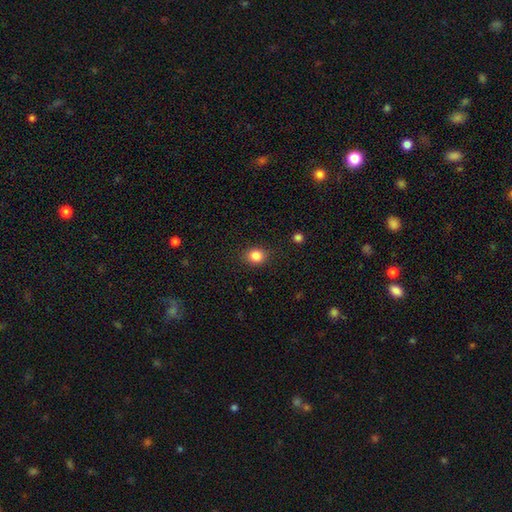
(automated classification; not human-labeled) Smooth or featured? Predicted: smooth (p=0.84). How rounded? Predicted: round (p=0.68). Merging? Predicted: none (p=0.87).